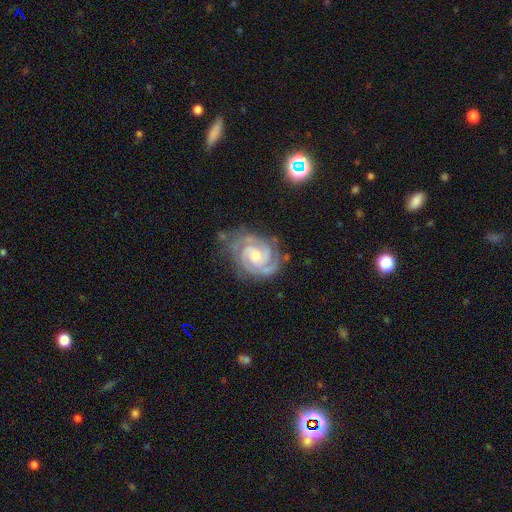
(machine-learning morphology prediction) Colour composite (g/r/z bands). It shows a featured or disk galaxy (92%) with no bar (58%), 2 (49%) tight (72%) spiral arms (98%) and a small central bulge (52%). Merging: none (73%).